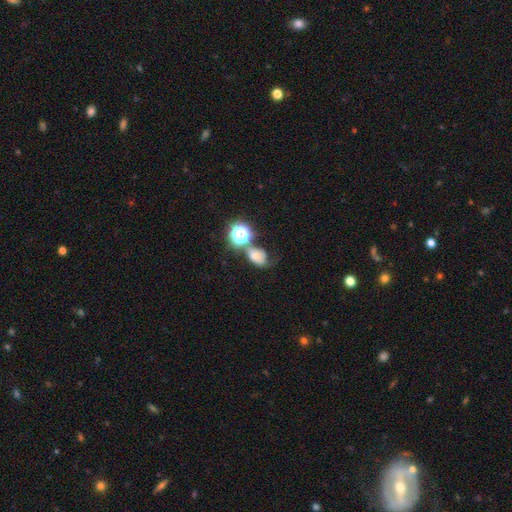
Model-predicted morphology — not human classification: This appears to be a smooth galaxy with no disk features (58%) that is in between round and cigar-shaped (63%). Merging: none (36%).